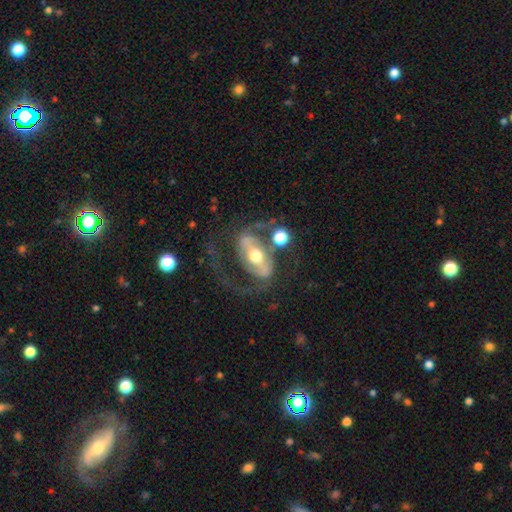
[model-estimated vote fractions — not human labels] featured or disk 84%, smooth 11%, star or artifact 6%. Down the decision tree: edge-on disk — no (95%); bar — strong (52%); spiral arms — yes (85%); spiral arm count — 2 (85%); spiral winding — medium (51%); bulge size — moderate (73%); merging — none (54%).